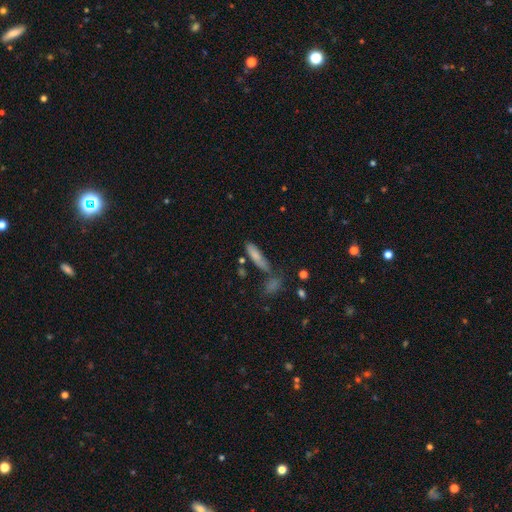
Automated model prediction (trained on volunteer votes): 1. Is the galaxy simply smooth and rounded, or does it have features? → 79% smooth, 13% featured or disk, 8% star or artifact.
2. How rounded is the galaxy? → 63% cigar-shaped, 35% in between, 2% round.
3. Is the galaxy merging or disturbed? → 58% none, 19% minor disturbance, 17% merger, 7% major disturbance.